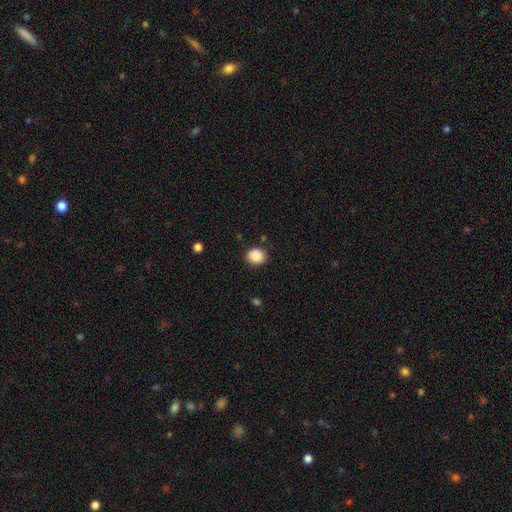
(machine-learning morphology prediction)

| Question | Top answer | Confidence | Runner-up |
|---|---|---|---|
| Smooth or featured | smooth | 89% | star or artifact (9%) |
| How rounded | round | 79% | in between (20%) |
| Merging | none | 87% | minor disturbance (9%) |